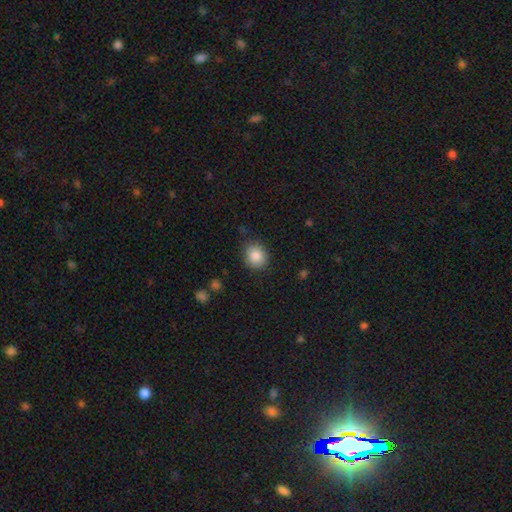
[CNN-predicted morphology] This appears to be a smooth galaxy with no disk features (86%) that is round (63%). Merging: none (85%).